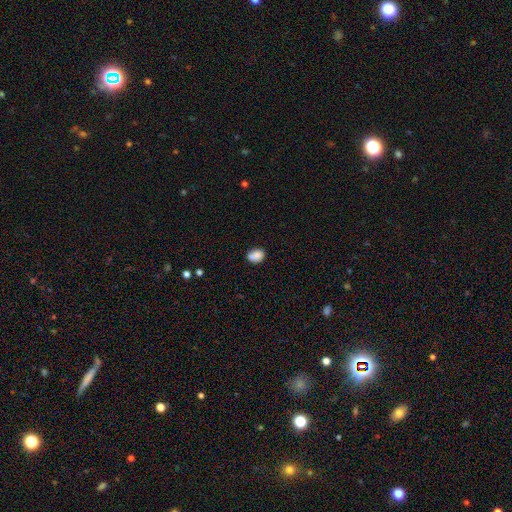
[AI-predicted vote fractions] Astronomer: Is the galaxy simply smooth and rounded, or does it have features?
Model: smooth — 82%.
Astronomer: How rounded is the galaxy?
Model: in between — 64%.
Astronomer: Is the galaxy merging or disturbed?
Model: none — 57%.